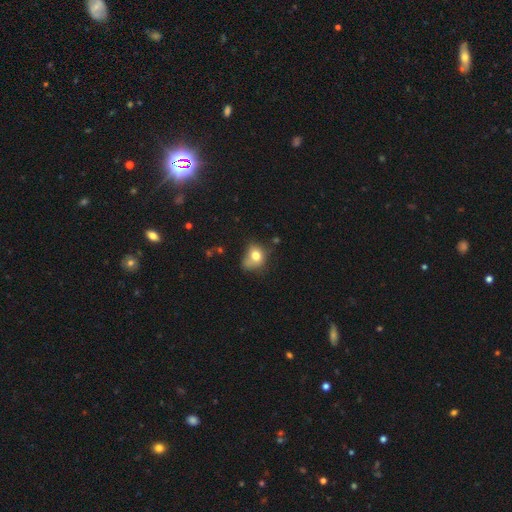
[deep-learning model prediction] Q: Smooth or featured?
A: smooth (75%); runner-up: featured or disk (14%)
Q: How rounded?
A: round (51%); runner-up: in between (47%)
Q: Merging?
A: none (44%); runner-up: minor disturbance (32%)